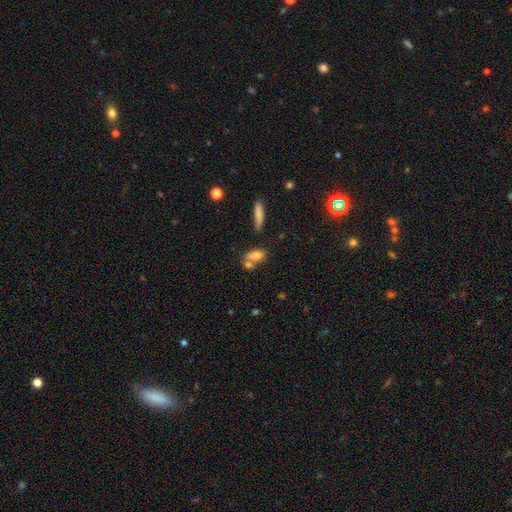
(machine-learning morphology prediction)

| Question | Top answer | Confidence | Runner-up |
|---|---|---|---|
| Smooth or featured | smooth | 74% | featured or disk (16%) |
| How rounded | in between | 79% | cigar-shaped (11%) |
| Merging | merger | 43% | none (39%) |